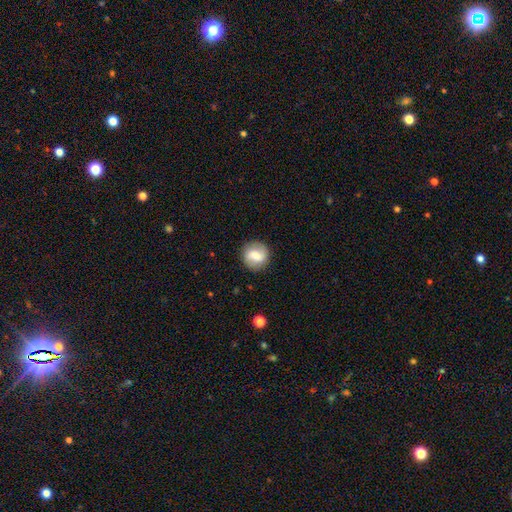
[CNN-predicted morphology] This is likely a smooth galaxy (63%). How rounded: clearly round (85%). Merging: clearly none (85%).